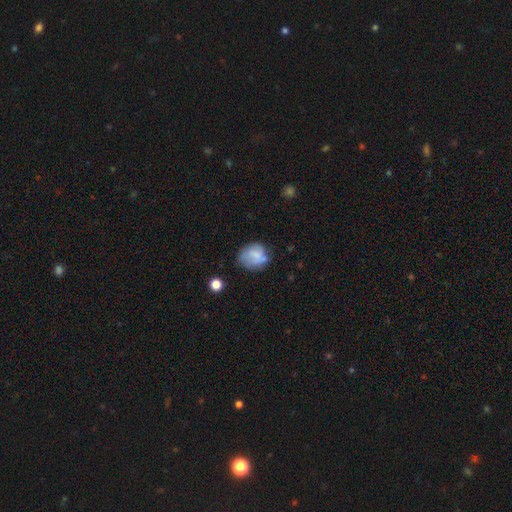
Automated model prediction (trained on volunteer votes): The model was most divided on "merging": none: 54%, minor disturbance: 28%, major disturbance: 12%, merger: 6%. More confident: smooth or featured — smooth (66%); how rounded — round (66%).